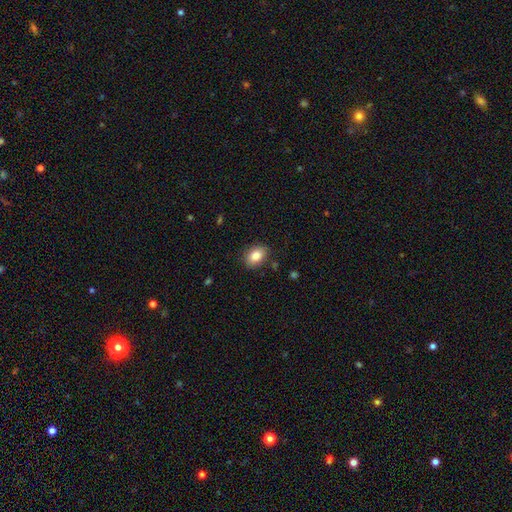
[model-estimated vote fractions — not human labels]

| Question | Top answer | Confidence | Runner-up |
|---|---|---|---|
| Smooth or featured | smooth | 85% | star or artifact (8%) |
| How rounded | in between | 75% | round (24%) |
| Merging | none | 84% | minor disturbance (12%) |